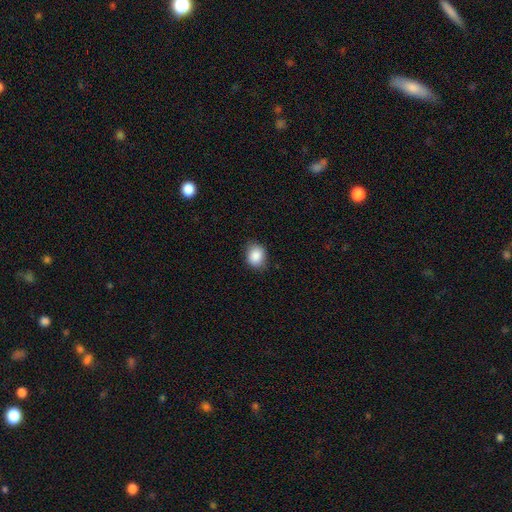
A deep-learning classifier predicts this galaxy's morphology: This is clearly a smooth galaxy (88%). How rounded: possibly round (55%). Merging: clearly none (81%).